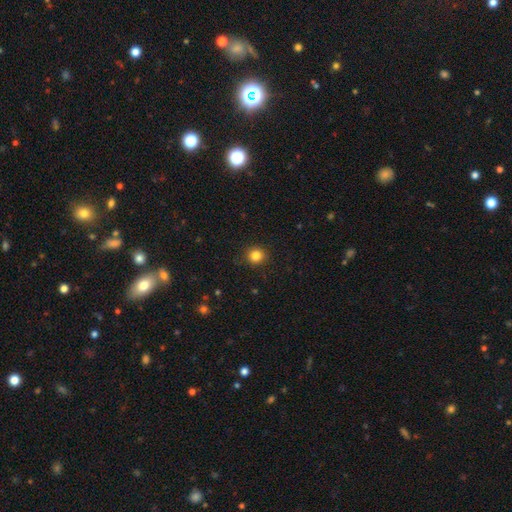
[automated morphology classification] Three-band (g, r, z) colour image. It shows a smooth galaxy with no disk features (84%) that is round (90%). Merging: none (90%).